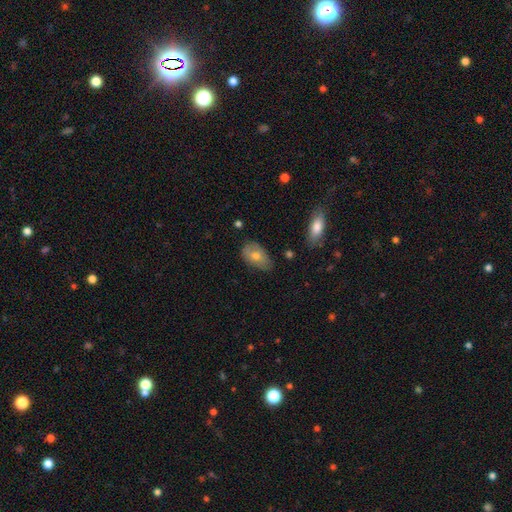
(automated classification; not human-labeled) A smooth galaxy with no disk features (64%) that is in between round and cigar-shaped (91%). Merging: none (68%).